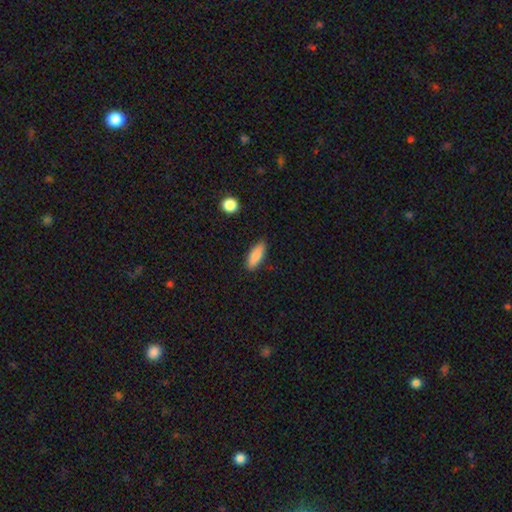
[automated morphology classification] Q: Smooth or featured?
A: smooth (83%); runner-up: featured or disk (11%)
Q: How rounded?
A: in between (64%); runner-up: cigar-shaped (34%)
Q: Merging?
A: none (86%); runner-up: minor disturbance (10%)